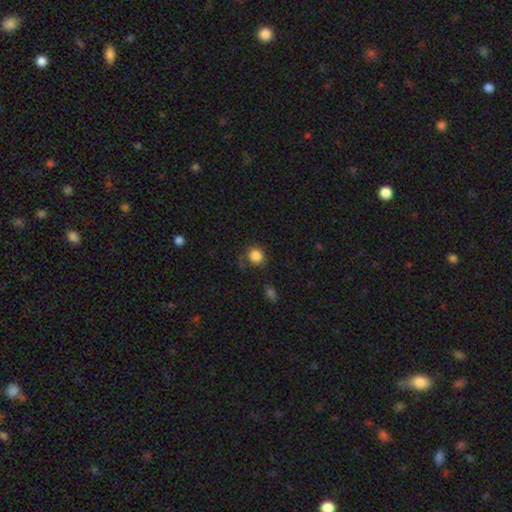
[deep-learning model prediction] smooth-or-featured: smooth: 85% | star or artifact: 11% | featured or disk: 5%
  how-rounded: round: 84% | in between: 15% | cigar-shaped: 1%
  merging: none: 73% | minor disturbance: 17% | major disturbance: 7% | merger: 3%